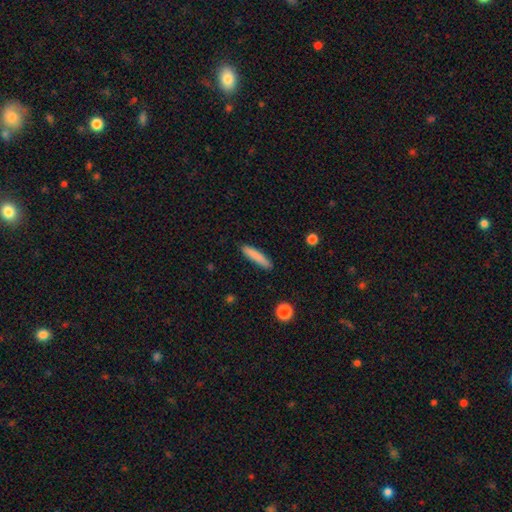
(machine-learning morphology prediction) Smooth or featured? Predicted: smooth (p=0.84). How rounded? Predicted: cigar-shaped (p=0.89). Merging? Predicted: none (p=0.88).